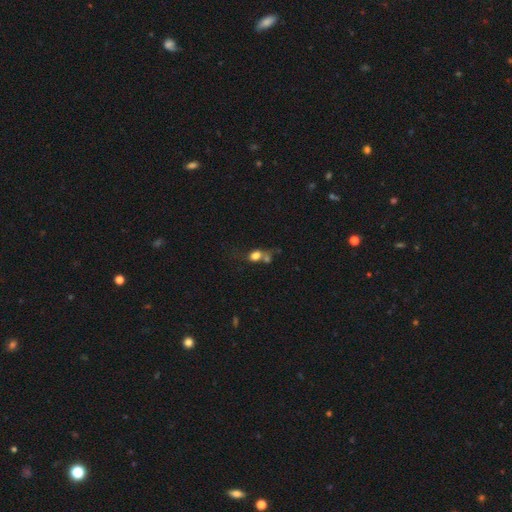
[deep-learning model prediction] Smooth or featured? smooth (73%)
How rounded? in between (53%)
Merging? merger (46%)